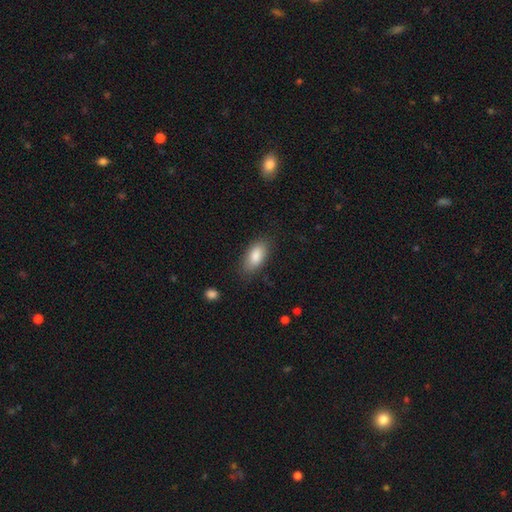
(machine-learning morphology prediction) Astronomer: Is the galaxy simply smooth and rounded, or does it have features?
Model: smooth — 86%.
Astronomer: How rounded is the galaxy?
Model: in between — 90%.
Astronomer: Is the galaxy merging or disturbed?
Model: none — 80%.